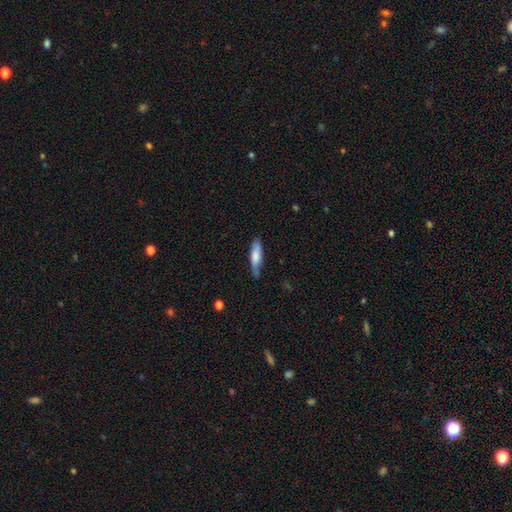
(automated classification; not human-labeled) Morphology: type=smooth (70%); roundness=cigar-shaped (65%); merging=none (68%).